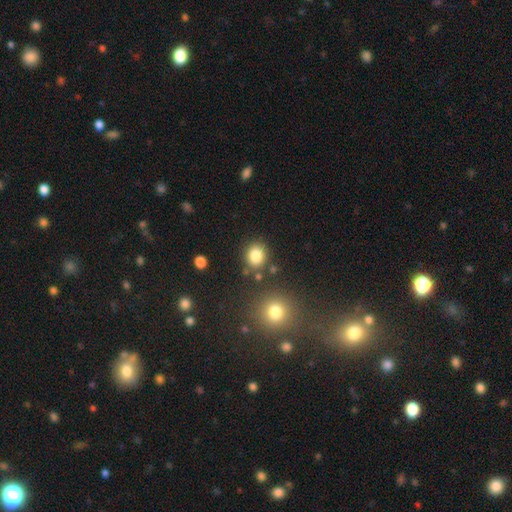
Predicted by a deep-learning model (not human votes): This is clearly a smooth galaxy (83%). How rounded: likely round (73%). Merging: clearly none (81%).